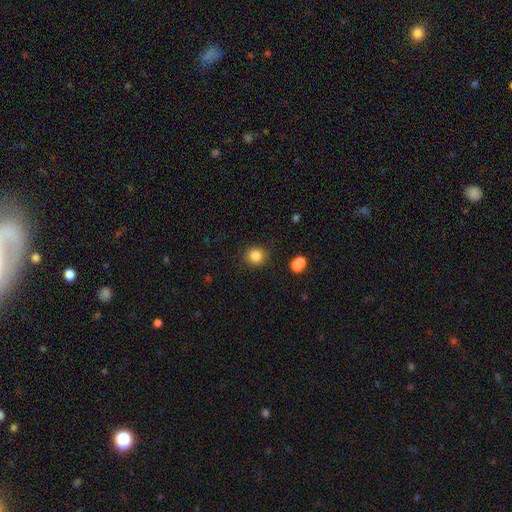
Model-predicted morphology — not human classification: Smooth or featured: smooth — 83% (star or artifact — 11%)
How rounded: round — 89% (in between — 10%)
Merging: none — 87% (minor disturbance — 7%)